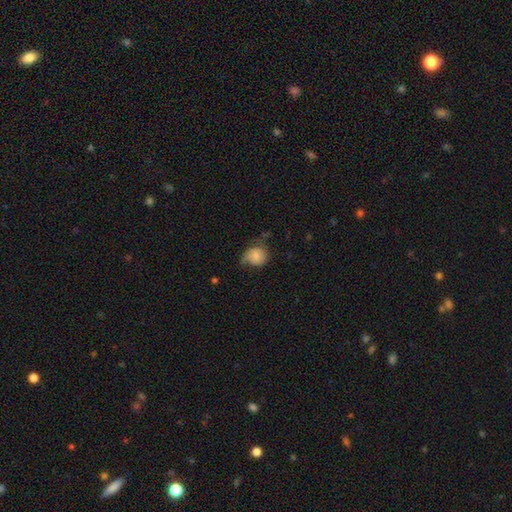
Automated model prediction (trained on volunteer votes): Smooth or featured: smooth — 69% (featured or disk — 23%)
How rounded: round — 68% (in between — 31%)
Merging: none — 39% (minor disturbance — 38%)